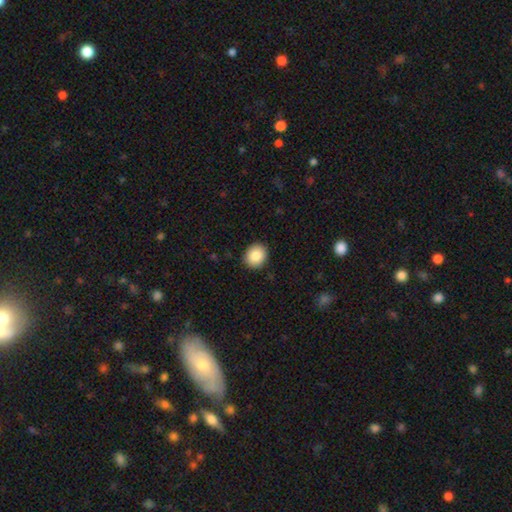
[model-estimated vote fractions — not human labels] A smooth galaxy with no disk features (86%) that is round (67%).

Vote fractions:
- Smooth or featured? smooth: 86% / star or artifact: 8% / featured or disk: 6%
- How rounded? round: 67% / in between: 32% / cigar-shaped: 1%
- Merging? none: 90% / minor disturbance: 7% / major disturbance: 2% / merger: 1%